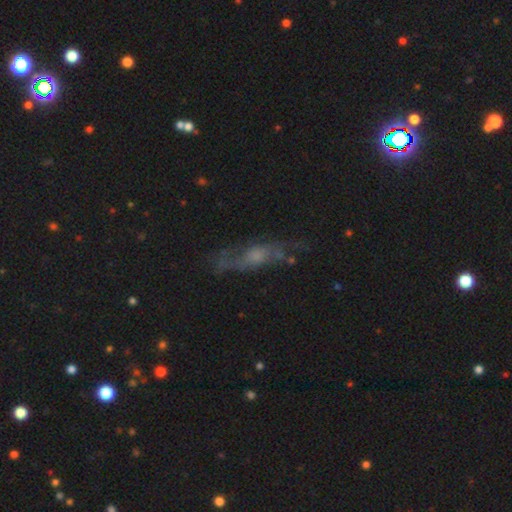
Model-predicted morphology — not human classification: Smooth or featured: featured or disk — 60% (smooth — 29%)
Edge-on disk: no — 65% (yes — 35%)
Merging: none — 58% (minor disturbance — 22%)